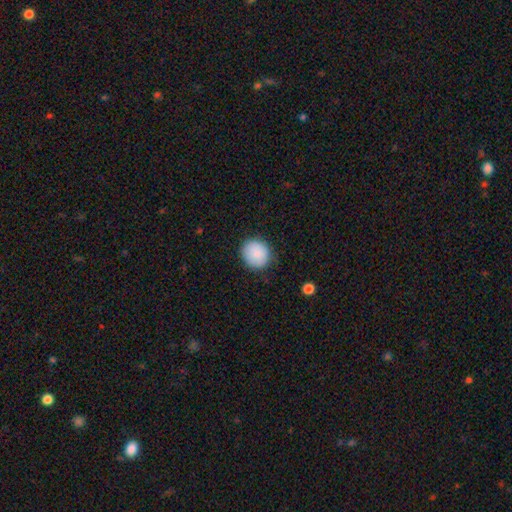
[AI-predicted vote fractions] smooth 86%, star or artifact 7%, featured or disk 6%. Down the decision tree: how rounded — round (85%); merging — none (84%).